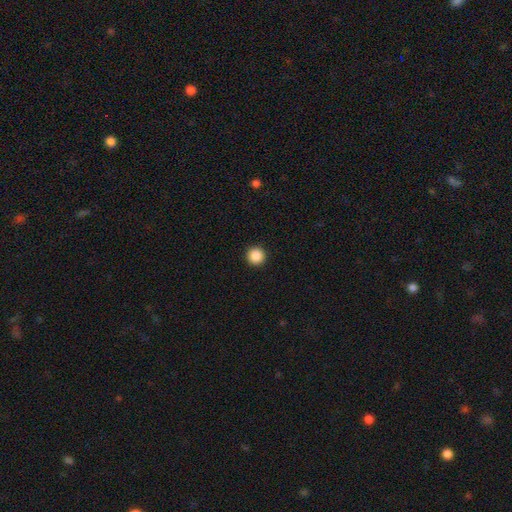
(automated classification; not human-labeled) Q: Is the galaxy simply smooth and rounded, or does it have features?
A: smooth — 88%.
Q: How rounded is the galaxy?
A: round — 96%.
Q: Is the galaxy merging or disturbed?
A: none — 94%.